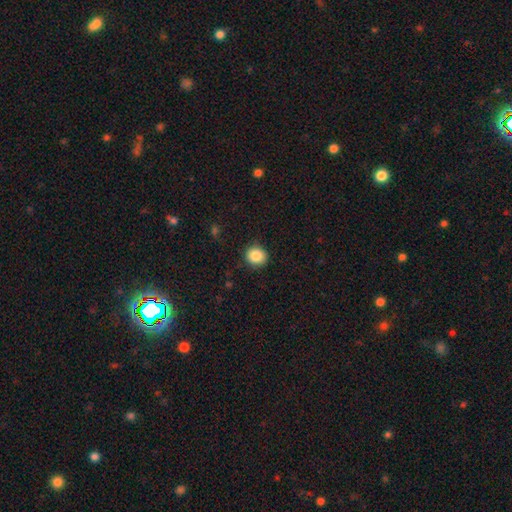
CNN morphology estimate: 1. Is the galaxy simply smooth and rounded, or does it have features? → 86% smooth, 9% star or artifact, 4% featured or disk.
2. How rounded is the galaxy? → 83% round, 16% in between, 1% cigar-shaped.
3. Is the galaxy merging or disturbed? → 86% none, 10% minor disturbance, 3% major disturbance, 1% merger.